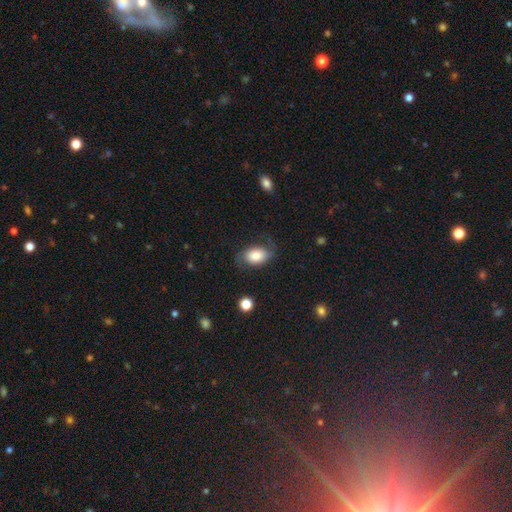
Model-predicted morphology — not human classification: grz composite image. It shows a smooth galaxy with no disk features (76%) that is in between round and cigar-shaped (86%). Merging: none (66%).